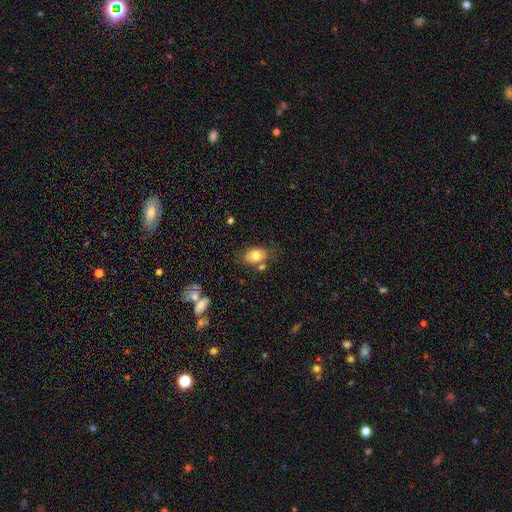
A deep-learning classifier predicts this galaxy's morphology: Smooth or featured: smooth — 75% (featured or disk — 16%)
How rounded: in between — 70% (round — 29%)
Merging: none — 63% (minor disturbance — 18%)